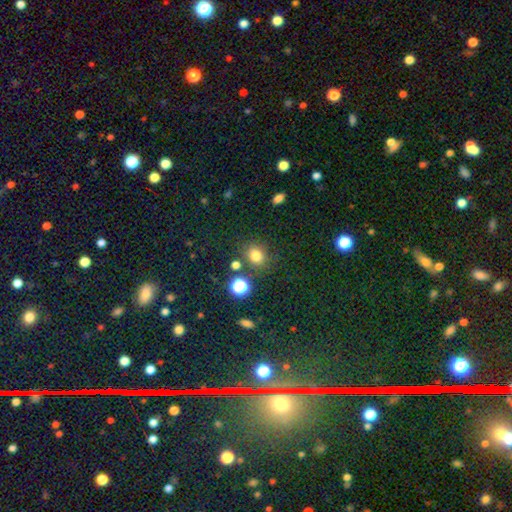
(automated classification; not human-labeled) A smooth galaxy with no disk features (75%) that is round (72%). Merging: none (78%).